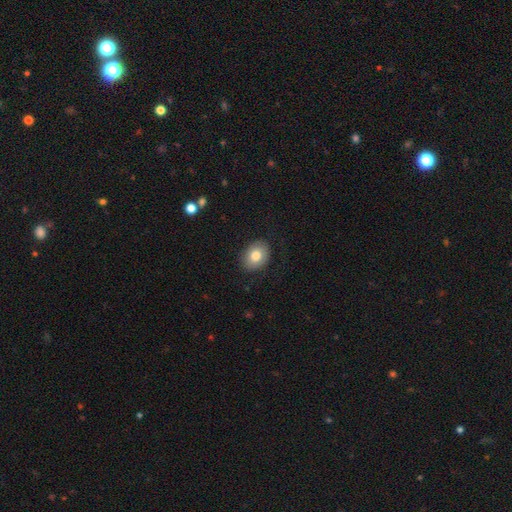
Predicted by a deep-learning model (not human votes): Smooth or featured?
  - smooth: 79% *
  - featured or disk: 14%
  - star or artifact: 7%
How rounded?
  - in between: 63% *
  - round: 36%
  - cigar-shaped: 1%
Merging?
  - none: 85% *
  - minor disturbance: 11%
  - major disturbance: 3%
  - merger: 1%